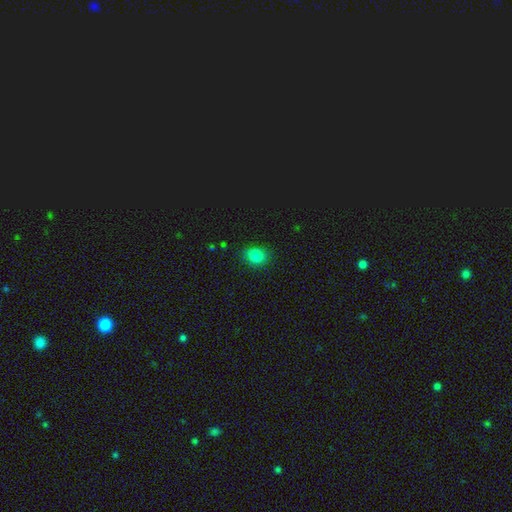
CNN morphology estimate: Smooth or featured: smooth — 82% (star or artifact — 12%)
How rounded: round — 54% (in between — 45%)
Merging: none — 85% (minor disturbance — 11%)